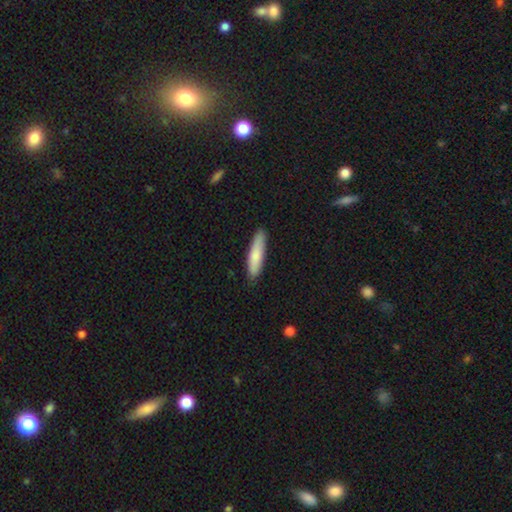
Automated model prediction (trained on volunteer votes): The model was most divided on "how rounded": cigar-shaped: 77%, in between: 21%, round: 1%. More confident: merging — none (87%); smooth or featured — smooth (81%).